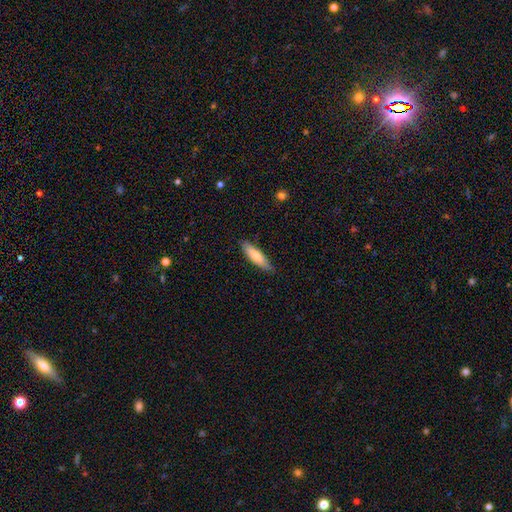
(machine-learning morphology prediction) type=smooth (71%); roundness=cigar-shaped (64%); merging=none (82%).